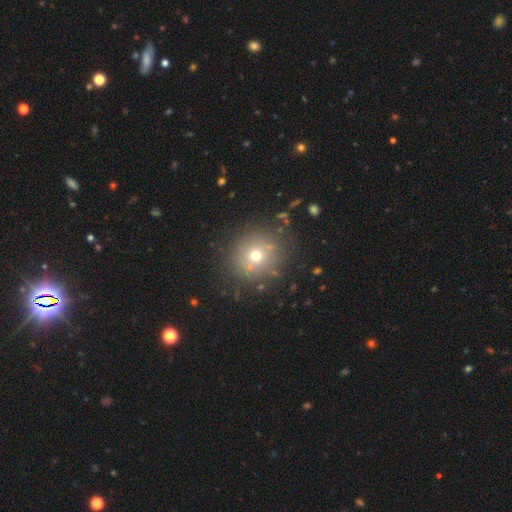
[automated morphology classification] type=smooth (66%); roundness=round (91%); merging=none (82%).